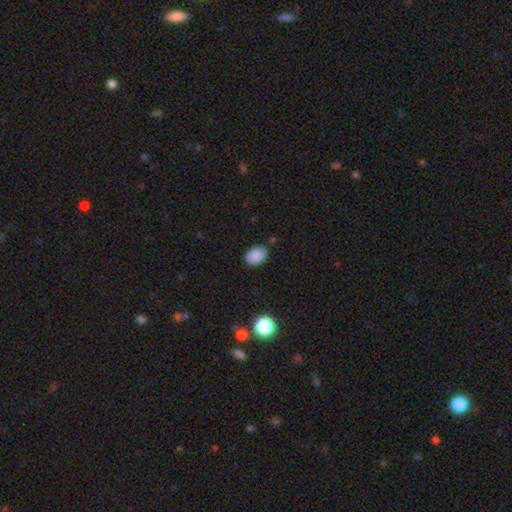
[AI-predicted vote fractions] Smooth or featured? Predicted: smooth (p=0.86). How rounded? Predicted: in between (p=0.77). Merging? Predicted: none (p=0.79).